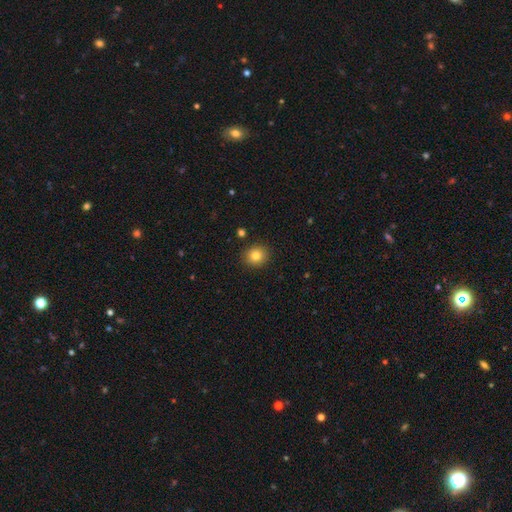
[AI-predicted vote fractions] Smooth or featured? smooth (82%)
How rounded? round (84%)
Merging? none (90%)